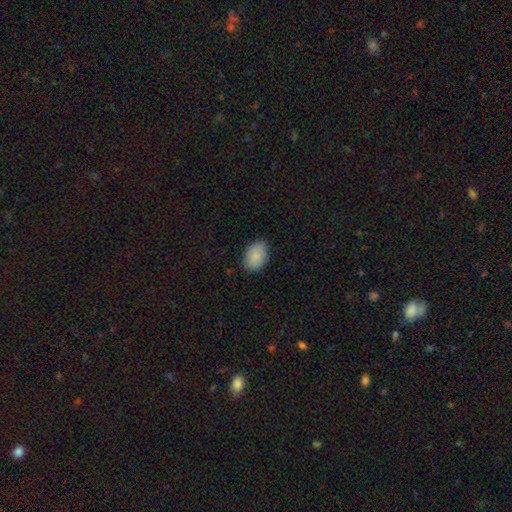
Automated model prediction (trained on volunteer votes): smooth 88%, star or artifact 7%, featured or disk 5%. Down the decision tree: how rounded — in between (85%); merging — none (85%).